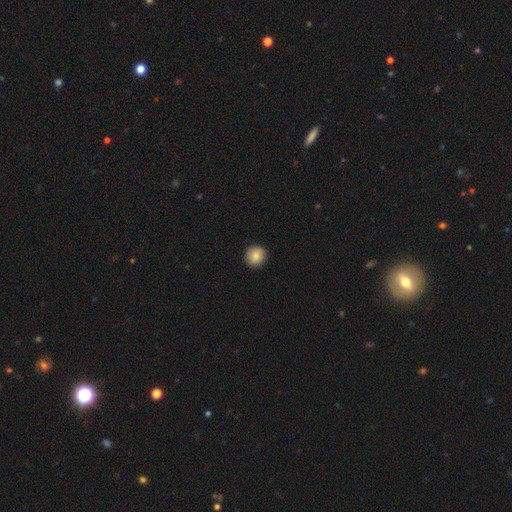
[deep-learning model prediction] A smooth galaxy with no disk features (86%) that is round (92%). Merging: none (91%).